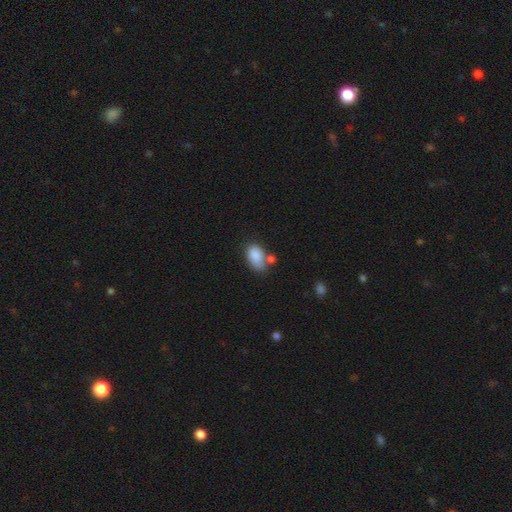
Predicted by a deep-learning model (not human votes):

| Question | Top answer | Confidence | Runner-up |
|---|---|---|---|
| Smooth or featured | smooth | 85% | star or artifact (8%) |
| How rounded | in between | 91% | round (7%) |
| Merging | none | 47% | merger (23%) |